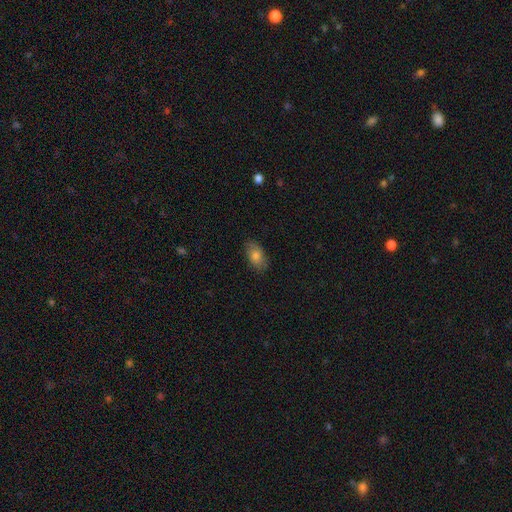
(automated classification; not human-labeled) A smooth galaxy with no disk features (76%) that is in between round and cigar-shaped (91%).

Vote fractions:
- Smooth or featured? smooth: 76% / featured or disk: 16% / star or artifact: 8%
- How rounded? in between: 91% / round: 7% / cigar-shaped: 2%
- Merging? none: 79% / minor disturbance: 17% / major disturbance: 3% / merger: 1%